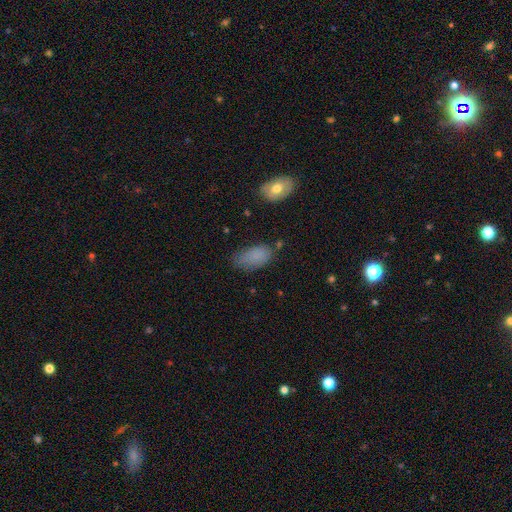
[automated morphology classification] The model was most divided on "merging": none: 61%, minor disturbance: 27%, major disturbance: 8%, merger: 3%. More confident: how rounded — in between (92%); smooth or featured — smooth (82%).